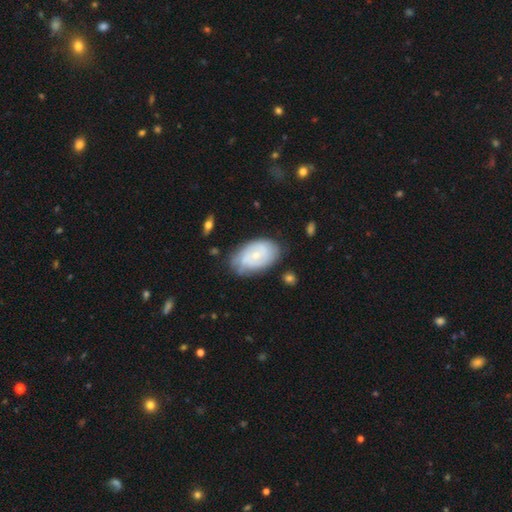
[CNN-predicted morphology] Smooth or featured? Predicted: featured or disk (p=0.62). Edge-on disk? Predicted: no (p=0.96). Bar? Predicted: no (p=0.65). Spiral arms? Predicted: yes (p=0.80). Bulge size? Predicted: small (p=0.62). Merging? Predicted: none (p=0.70).